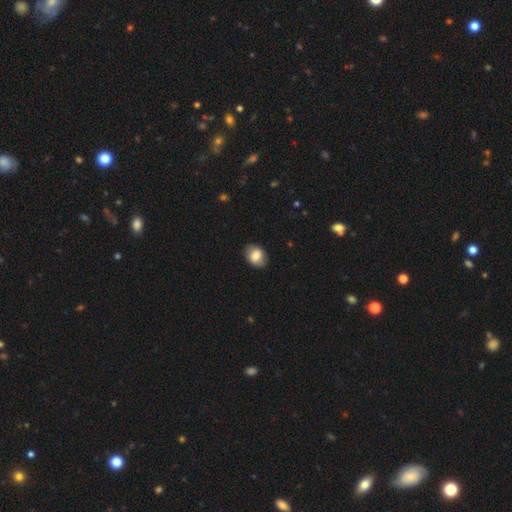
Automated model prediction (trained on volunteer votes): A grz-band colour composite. It shows a smooth galaxy with no disk features (79%) that is in between round and cigar-shaped (75%). Merging: none (86%).